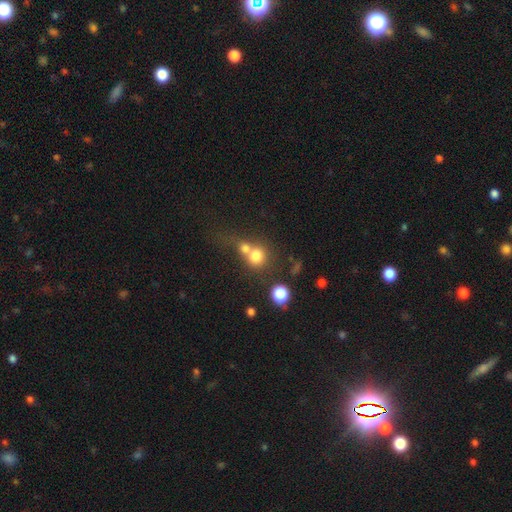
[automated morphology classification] type=smooth (74%); roundness=round (84%); merging=merger (54%).